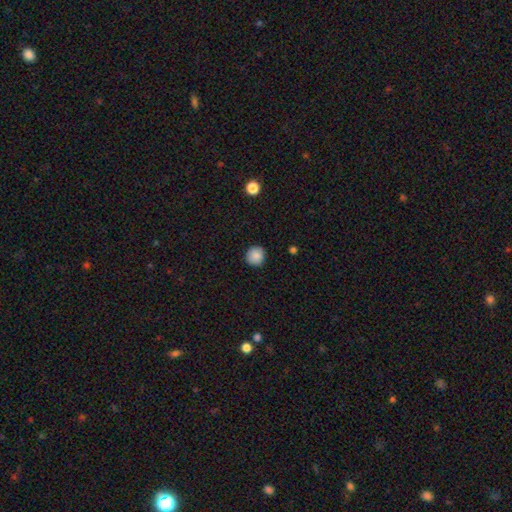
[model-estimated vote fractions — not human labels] The model was most divided on "smooth or featured": smooth: 87%, star or artifact: 9%, featured or disk: 4%. More confident: how rounded — round (92%); merging — none (89%).